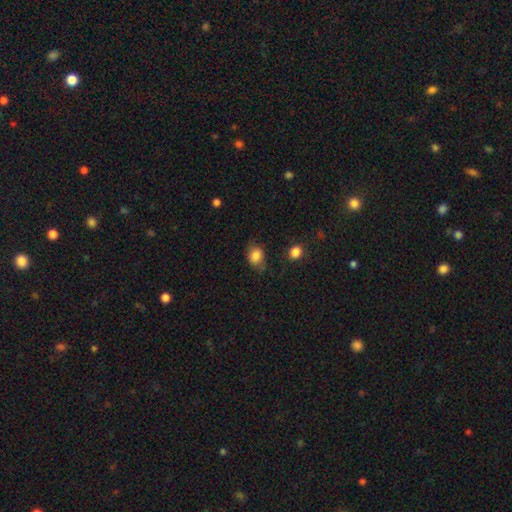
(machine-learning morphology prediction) Smooth or featured?
  - smooth: 83% *
  - star or artifact: 10%
  - featured or disk: 7%
How rounded?
  - in between: 53% *
  - round: 46%
  - cigar-shaped: 1%
Merging?
  - none: 66% *
  - minor disturbance: 24%
  - major disturbance: 7%
  - merger: 3%